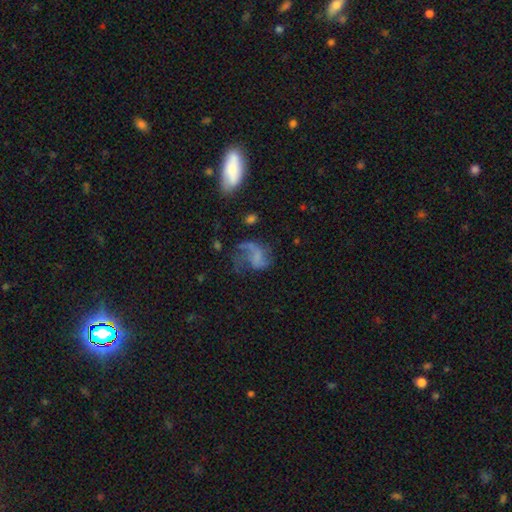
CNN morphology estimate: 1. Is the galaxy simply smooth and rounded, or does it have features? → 53% featured or disk, 33% smooth, 14% star or artifact.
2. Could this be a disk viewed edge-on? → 97% no, 3% yes.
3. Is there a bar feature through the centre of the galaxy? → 65% no, 26% weak, 8% strong.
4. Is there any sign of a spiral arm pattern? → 64% yes, 36% no.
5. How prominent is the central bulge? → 69% none, 15% small, 9% moderate, 4% large, 2% dominant.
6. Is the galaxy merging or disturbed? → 43% major disturbance, 32% none, 19% minor disturbance, 7% merger.